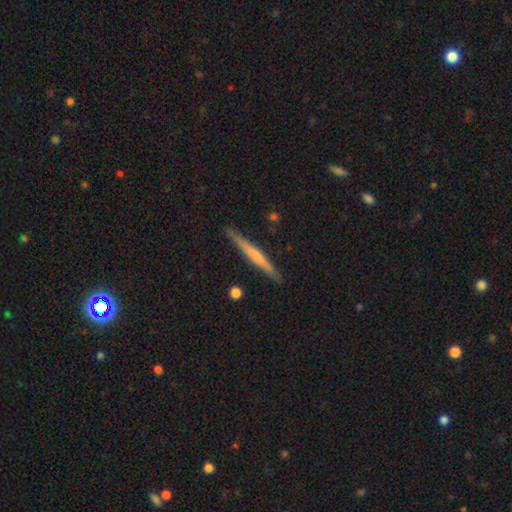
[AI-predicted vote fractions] smooth-or-featured: featured or disk: 51% | smooth: 43% | star or artifact: 6%
  disk-edge-on: yes: 97% | no: 3%
  merging: none: 89% | minor disturbance: 8% | major disturbance: 2% | merger: 1%